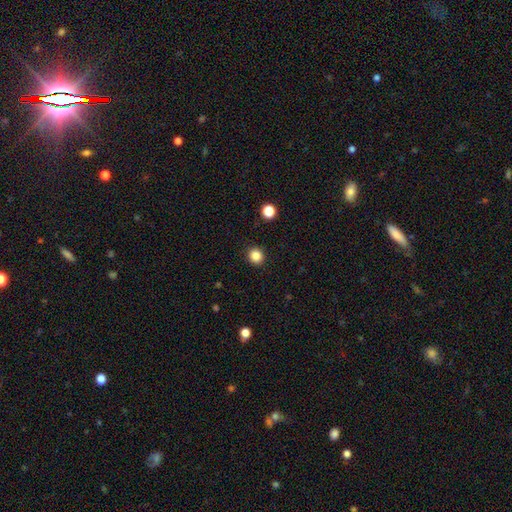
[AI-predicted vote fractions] Q: Smooth or featured?
A: smooth (85%); runner-up: star or artifact (11%)
Q: How rounded?
A: round (88%); runner-up: in between (11%)
Q: Merging?
A: none (92%); runner-up: minor disturbance (5%)